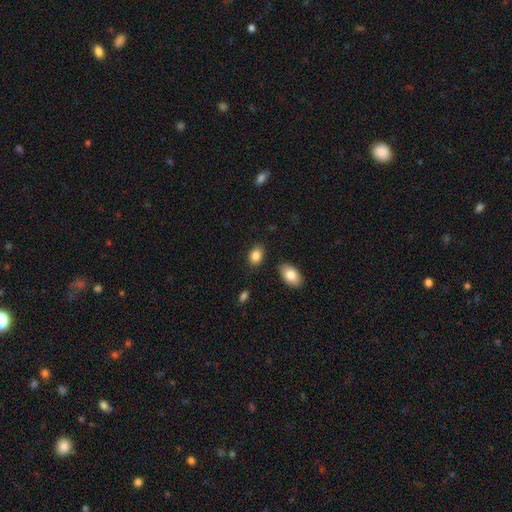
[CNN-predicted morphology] This is clearly a smooth galaxy (85%). How rounded: likely in between (78%). Merging: clearly none (82%).